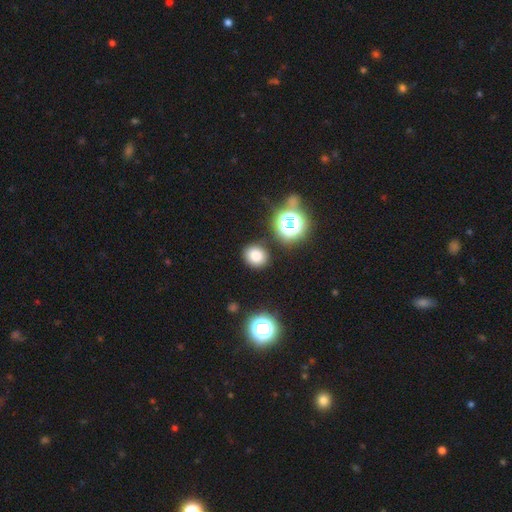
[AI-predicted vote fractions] A smooth galaxy with no disk features (78%) that is round (73%). Merging: none (86%).